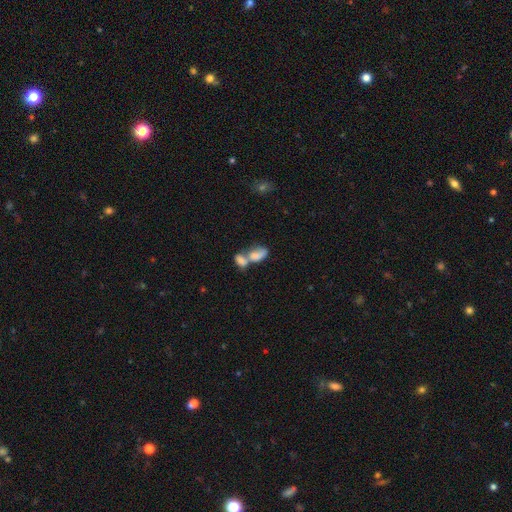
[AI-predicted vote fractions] Smooth or featured? smooth (72%)
How rounded? in between (89%)
Merging? merger (76%)